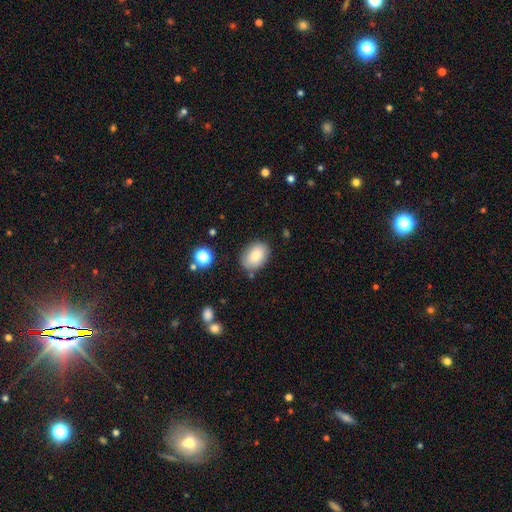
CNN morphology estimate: A smooth galaxy with no disk features (84%) that is in between round and cigar-shaped (79%).

Vote fractions:
- Smooth or featured? smooth: 84% / featured or disk: 8% / star or artifact: 8%
- How rounded? in between: 79% / round: 20% / cigar-shaped: 1%
- Merging? none: 80% / minor disturbance: 14% / major disturbance: 3% / merger: 3%